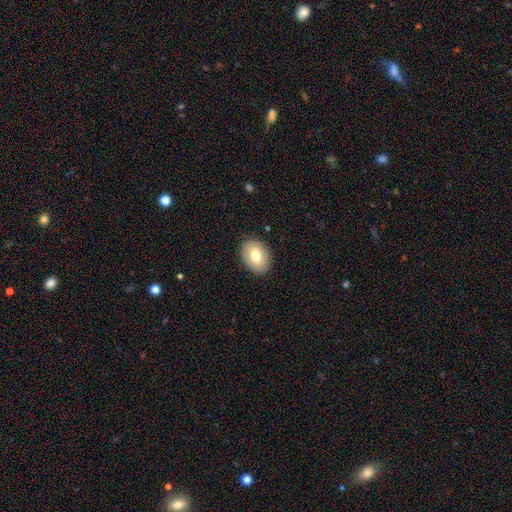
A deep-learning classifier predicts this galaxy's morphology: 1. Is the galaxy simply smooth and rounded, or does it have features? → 74% smooth, 19% featured or disk, 7% star or artifact.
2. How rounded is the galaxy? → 77% in between, 22% round, 1% cigar-shaped.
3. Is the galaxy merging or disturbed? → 88% none, 9% minor disturbance, 2% major disturbance, 1% merger.